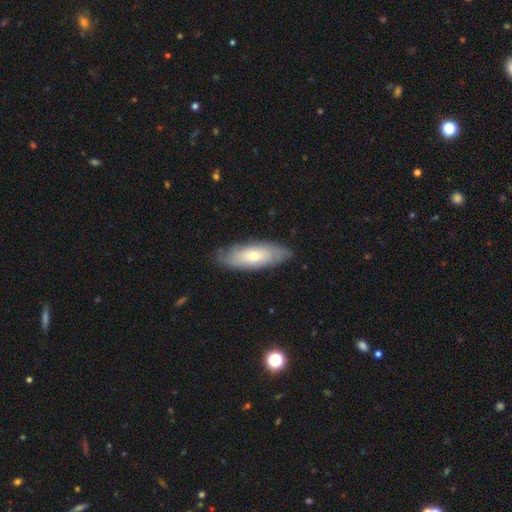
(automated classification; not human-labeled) Morphology: type=featured or disk (50%); edge-on=no (74%); merging=none (84%).